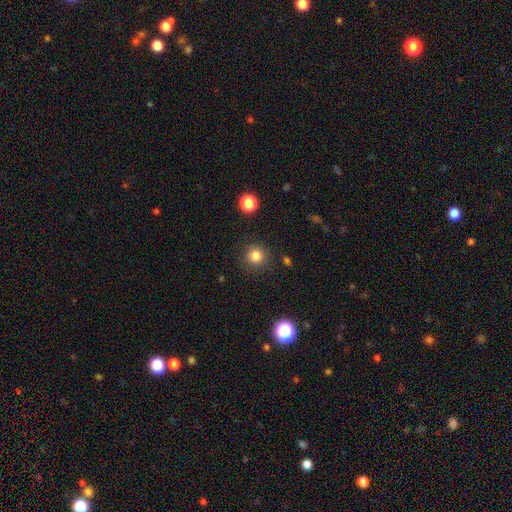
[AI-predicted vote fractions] Morphology: type=smooth (82%); roundness=round (94%); merging=none (88%).